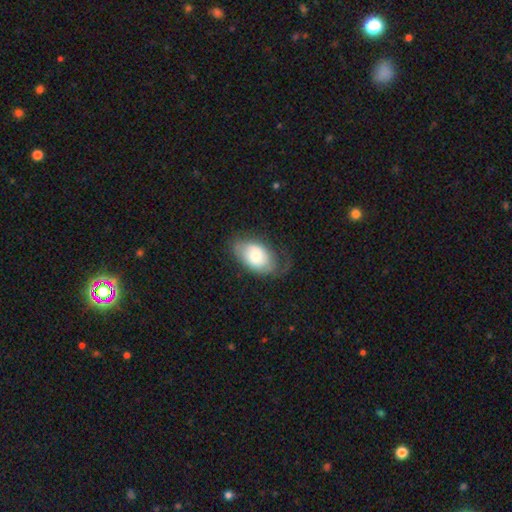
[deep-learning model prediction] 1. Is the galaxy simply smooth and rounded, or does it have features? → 54% smooth, 39% featured or disk, 7% star or artifact.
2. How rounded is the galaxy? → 90% in between, 9% round, 1% cigar-shaped.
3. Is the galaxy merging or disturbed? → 55% none, 27% minor disturbance, 17% major disturbance, 1% merger.